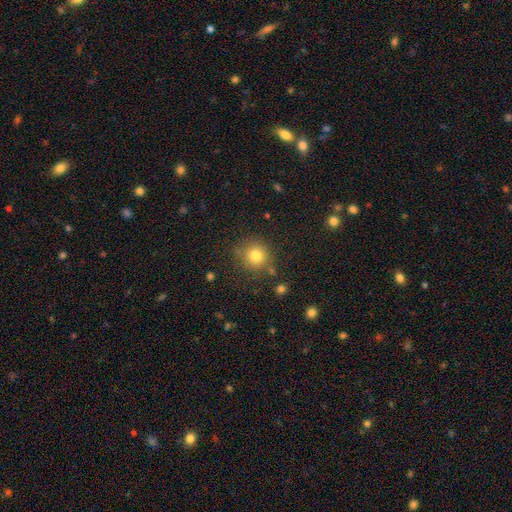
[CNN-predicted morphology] Overall: smooth (80%). How rounded: round (92%). Merging: none (82%).